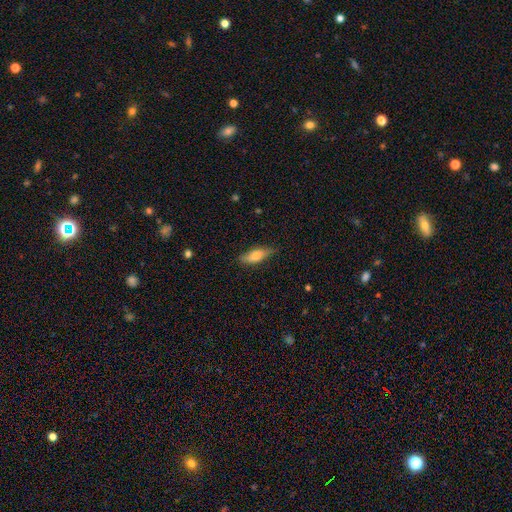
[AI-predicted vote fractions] Smooth or featured? Predicted: smooth (p=0.65). How rounded? Predicted: in between (p=0.59). Merging? Predicted: none (p=0.78).